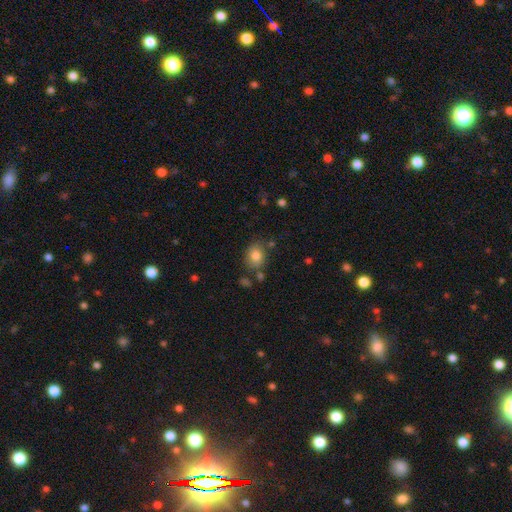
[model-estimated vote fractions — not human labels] smooth-or-featured: smooth: 82% | star or artifact: 10% | featured or disk: 8%
  how-rounded: round: 56% | in between: 44% | cigar-shaped: 1%
  merging: none: 73% | minor disturbance: 15% | merger: 7% | major disturbance: 4%